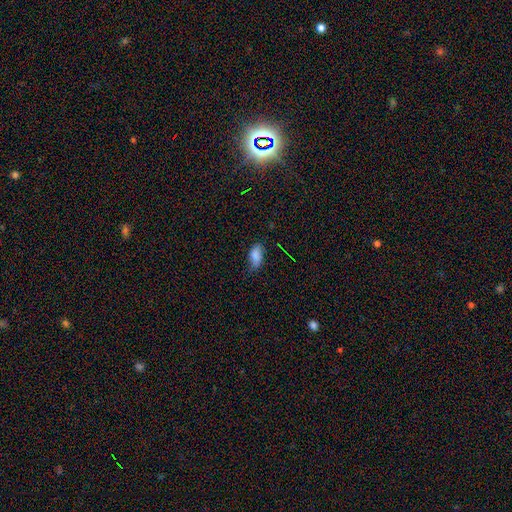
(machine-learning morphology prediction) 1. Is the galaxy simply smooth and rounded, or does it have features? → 83% smooth, 9% star or artifact, 8% featured or disk.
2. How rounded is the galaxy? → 92% in between, 4% cigar-shaped, 4% round.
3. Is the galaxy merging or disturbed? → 63% none, 29% minor disturbance, 7% major disturbance, 2% merger.